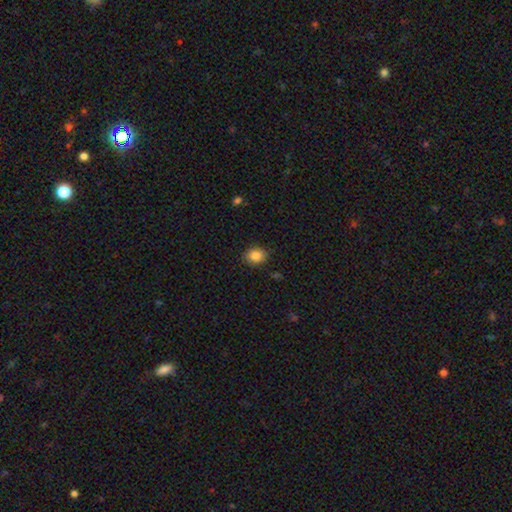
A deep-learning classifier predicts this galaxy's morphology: smooth 85%, star or artifact 9%, featured or disk 6%. Down the decision tree: how rounded — round (56%); merging — none (87%).